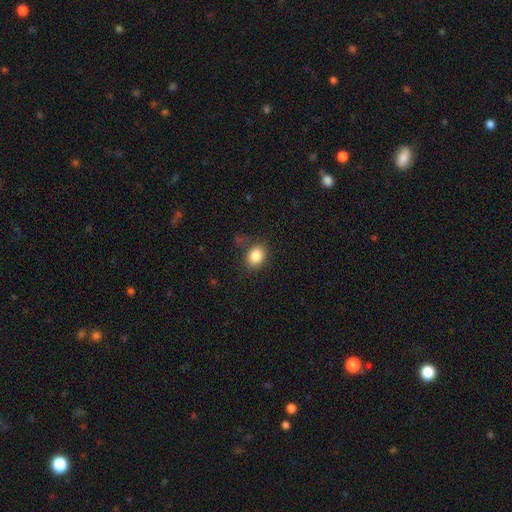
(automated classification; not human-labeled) Smooth or featured?
  - smooth: 85% *
  - star or artifact: 9%
  - featured or disk: 6%
How rounded?
  - in between: 59% *
  - round: 40%
  - cigar-shaped: 1%
Merging?
  - none: 80% *
  - minor disturbance: 13%
  - major disturbance: 4%
  - merger: 3%